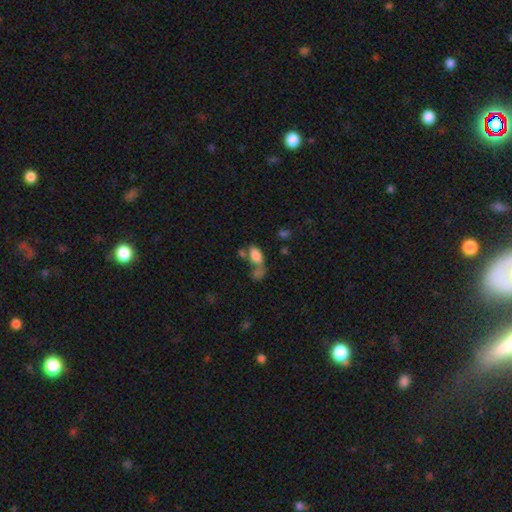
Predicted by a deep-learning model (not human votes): smooth 79%, star or artifact 10%, featured or disk 10%. Down the decision tree: how rounded — in between (90%); merging — merger (42%).